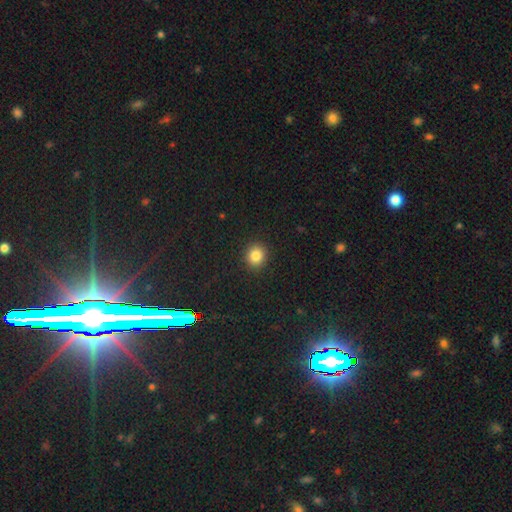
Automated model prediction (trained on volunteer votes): Morphology: type=smooth (84%); roundness=round (86%); merging=none (91%).